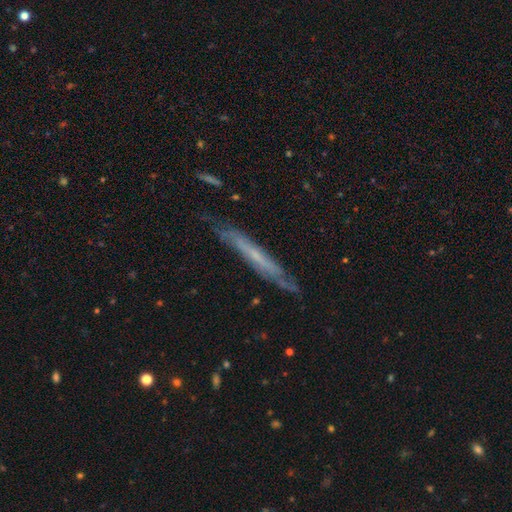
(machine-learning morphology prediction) Smooth or featured? featured or disk (63%)
Edge-on disk? yes (78%)
Merging? none (73%)